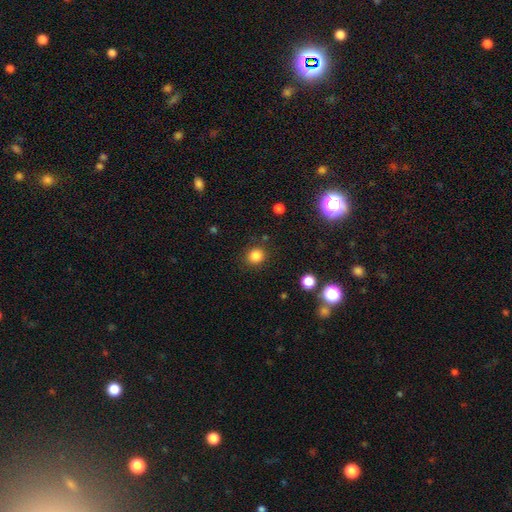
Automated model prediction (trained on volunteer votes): This is clearly a smooth galaxy (84%). How rounded: clearly round (85%). Merging: clearly none (87%).